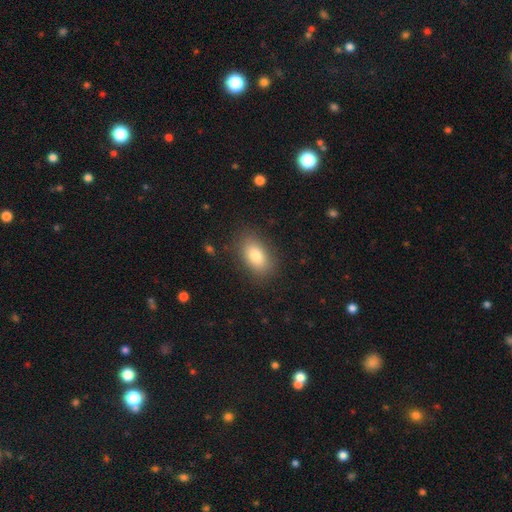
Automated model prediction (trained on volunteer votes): Smooth or featured? smooth (82%)
How rounded? in between (89%)
Merging? none (85%)